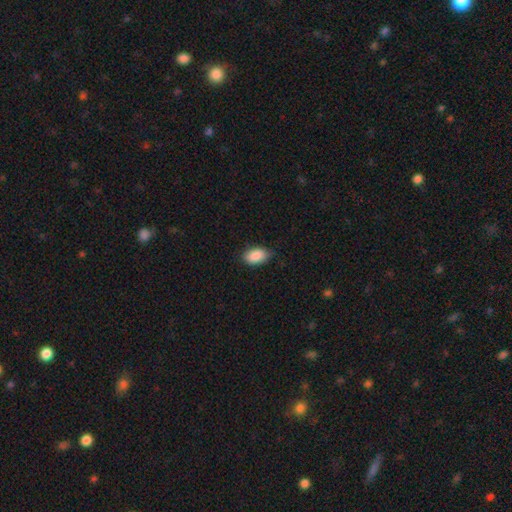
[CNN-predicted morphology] smooth 90%, star or artifact 7%, featured or disk 4%. Down the decision tree: how rounded — in between (92%); merging — none (79%).